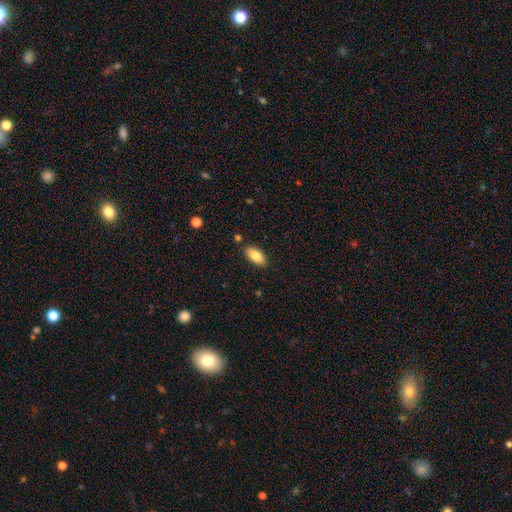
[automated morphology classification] A smooth galaxy with no disk features (83%) that is in between round and cigar-shaped (91%).

Vote fractions:
- Smooth or featured? smooth: 83% / featured or disk: 10% / star or artifact: 7%
- How rounded? in between: 91% / cigar-shaped: 7% / round: 3%
- Merging? none: 86% / minor disturbance: 10% / merger: 2% / major disturbance: 2%